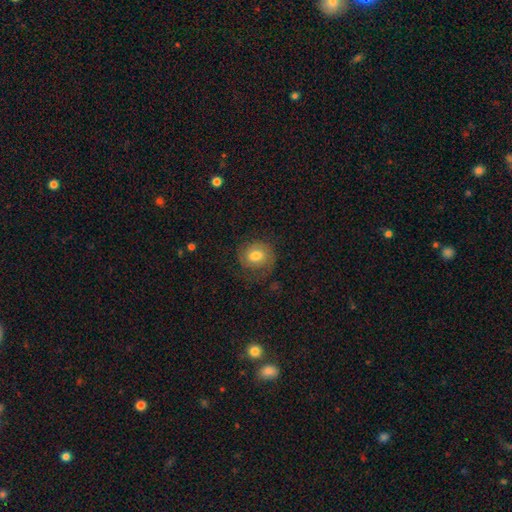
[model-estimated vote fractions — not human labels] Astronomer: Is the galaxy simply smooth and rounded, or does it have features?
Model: smooth — 57% (runner-up: featured or disk, 35%).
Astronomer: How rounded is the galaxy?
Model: round — 75%.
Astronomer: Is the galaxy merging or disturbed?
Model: none — 64%.